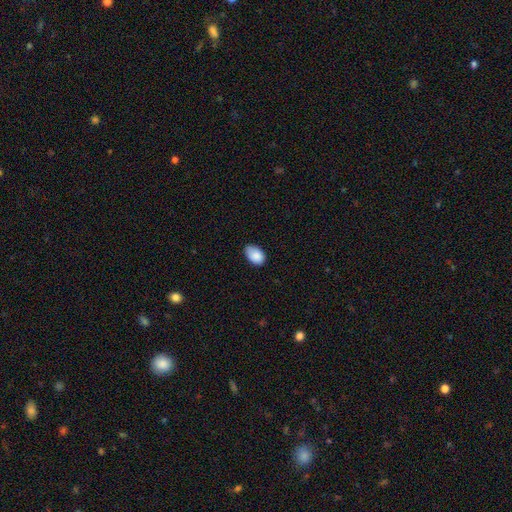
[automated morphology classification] Overall: smooth (88%). How rounded: in between (90%). Merging: none (64%; minor disturbance 30%).